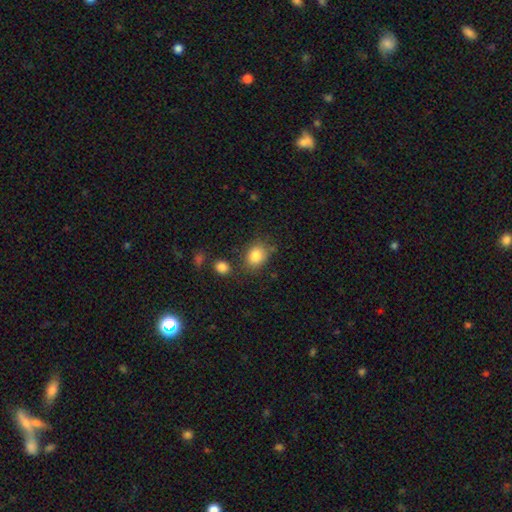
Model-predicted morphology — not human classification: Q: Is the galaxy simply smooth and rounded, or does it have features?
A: smooth — 84%.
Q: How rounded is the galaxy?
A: in between — 58%.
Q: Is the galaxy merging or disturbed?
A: none — 73%.